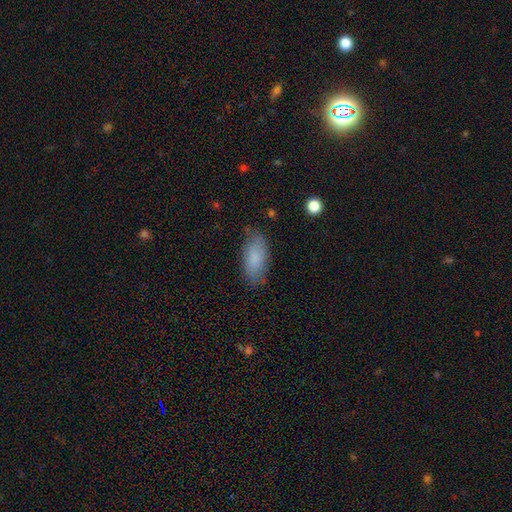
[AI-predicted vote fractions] smooth_or_featured: smooth (p=0.83) [alt: featured or disk p=0.10]
how_rounded: in between (p=0.86) [alt: cigar-shaped p=0.12]
merging: none (p=0.80) [alt: minor disturbance p=0.16]